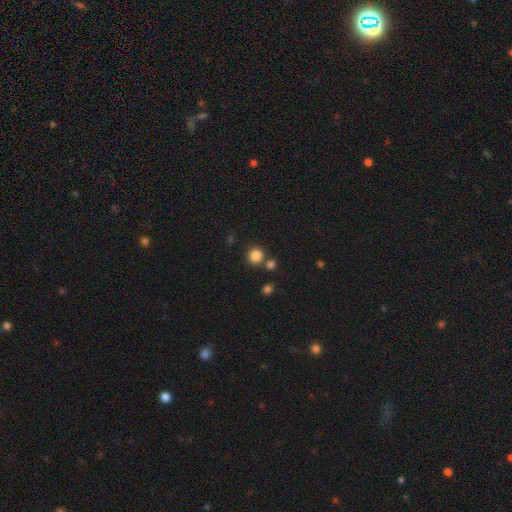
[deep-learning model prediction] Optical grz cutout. It shows a smooth galaxy with no disk features (85%) that is round (89%). Merging: none (74%).